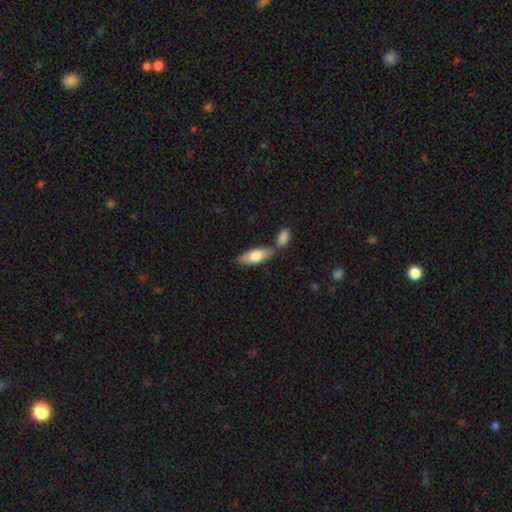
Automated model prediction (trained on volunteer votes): Q: Smooth or featured?
A: smooth (71%); runner-up: featured or disk (24%)
Q: How rounded?
A: in between (69%); runner-up: cigar-shaped (28%)
Q: Merging?
A: none (55%); runner-up: merger (28%)